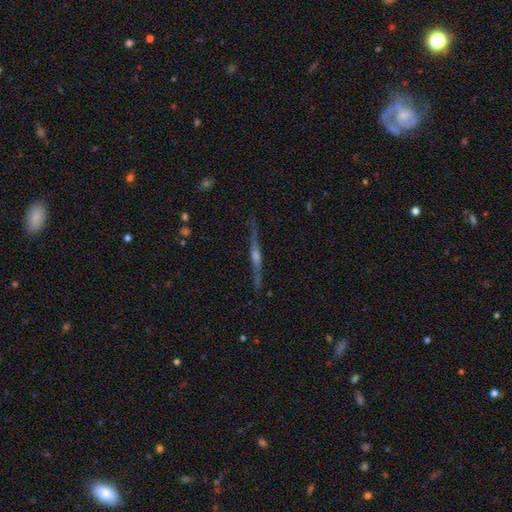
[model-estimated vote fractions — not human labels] Morphology: type=featured or disk (82%); edge-on=yes (98%); edge-on bulge=rounded (83%); merging=none (87%).